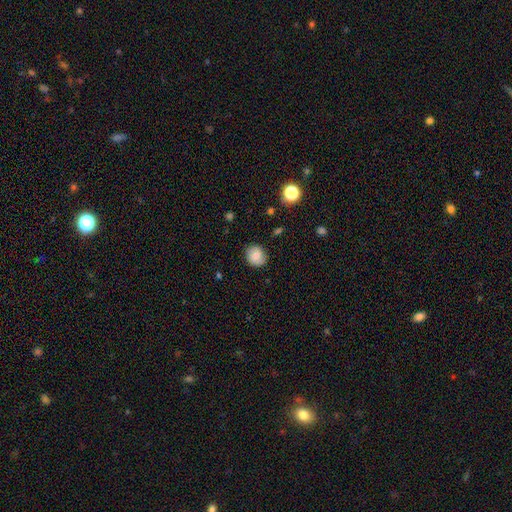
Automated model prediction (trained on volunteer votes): This appears to be a smooth galaxy with no disk features (75%) that is round (78%). Merging: none (80%).